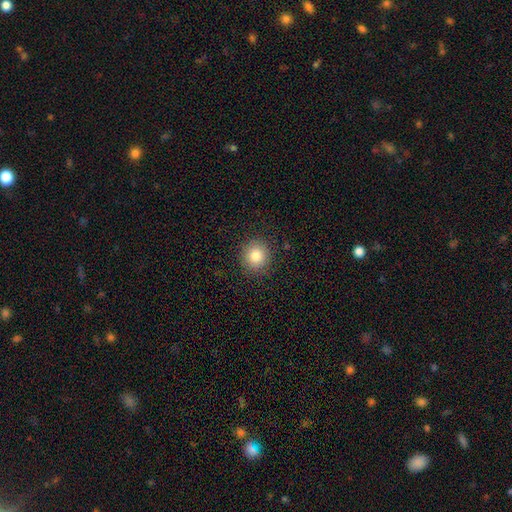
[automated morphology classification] smooth 83%, star or artifact 11%, featured or disk 7%. Down the decision tree: how rounded — round (89%); merging — none (89%).